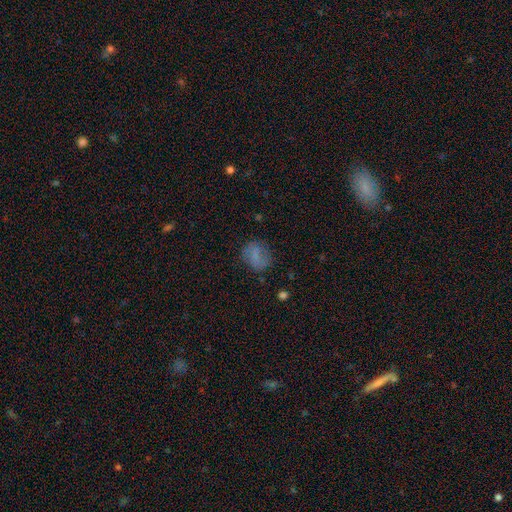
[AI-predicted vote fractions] A smooth galaxy with no disk features (69%) that is round (54%).

Vote fractions:
- Smooth or featured? smooth: 69% / featured or disk: 19% / star or artifact: 12%
- How rounded? round: 54% / in between: 44% / cigar-shaped: 2%
- Merging? none: 71% / minor disturbance: 18% / major disturbance: 9% / merger: 2%